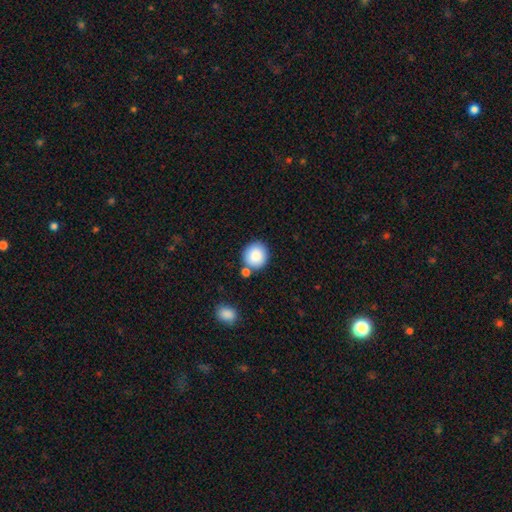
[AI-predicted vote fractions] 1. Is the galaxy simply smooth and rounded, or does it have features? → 86% smooth, 8% star or artifact, 6% featured or disk.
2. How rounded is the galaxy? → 89% round, 10% in between, 1% cigar-shaped.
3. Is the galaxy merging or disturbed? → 77% none, 11% merger, 10% minor disturbance, 3% major disturbance.